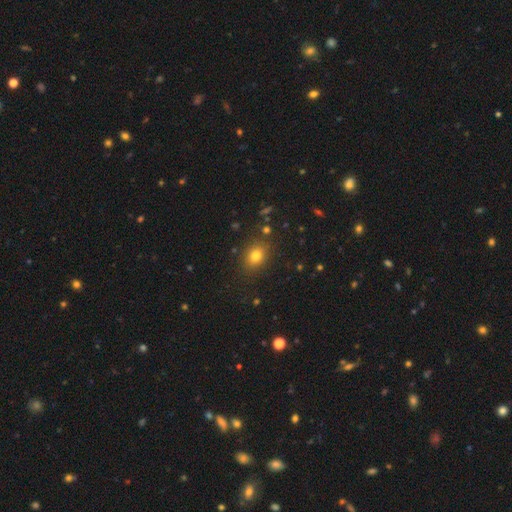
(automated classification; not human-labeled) A smooth galaxy with no disk features (78%) that is in between round and cigar-shaped (55%).

Vote fractions:
- Smooth or featured? smooth: 78% / star or artifact: 14% / featured or disk: 8%
- How rounded? in between: 55% / round: 44% / cigar-shaped: 1%
- Merging? none: 84% / minor disturbance: 10% / major disturbance: 3% / merger: 2%